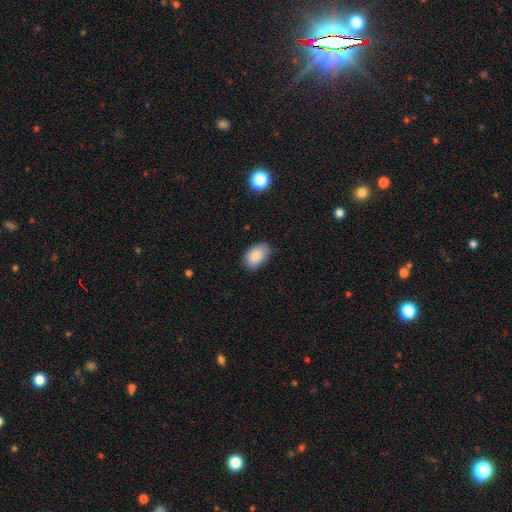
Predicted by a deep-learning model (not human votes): smooth-or-featured: smooth: 86% | star or artifact: 7% | featured or disk: 6%
  how-rounded: in between: 90% | round: 9% | cigar-shaped: 1%
  merging: none: 77% | minor disturbance: 19% | major disturbance: 3% | merger: 1%